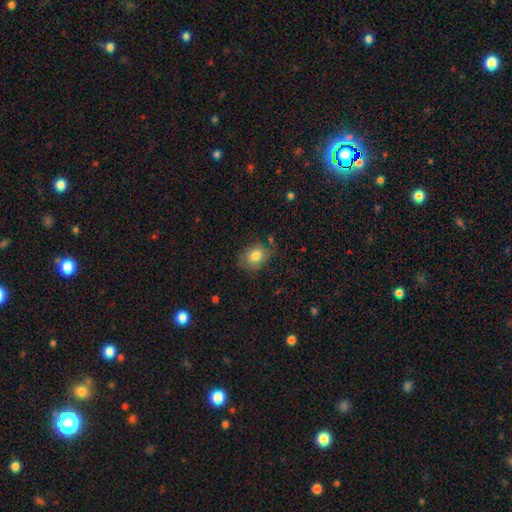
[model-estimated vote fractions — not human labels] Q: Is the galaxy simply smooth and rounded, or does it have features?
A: smooth — 79%.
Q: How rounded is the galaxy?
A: in between — 63%.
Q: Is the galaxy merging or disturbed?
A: none — 67%.